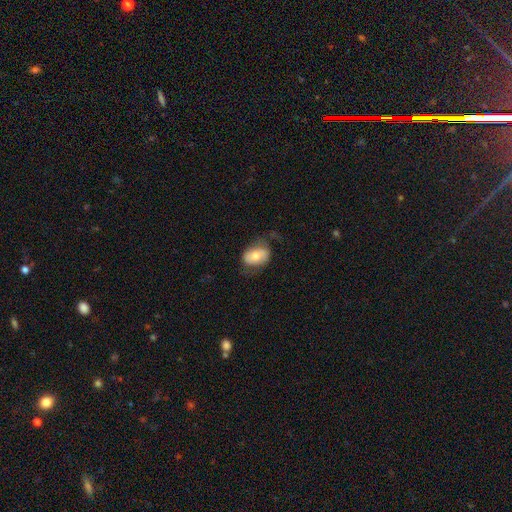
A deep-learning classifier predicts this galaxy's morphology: smooth_or_featured: smooth (p=0.61) [alt: featured or disk p=0.32]
how_rounded: in between (p=0.83) [alt: round p=0.16]
merging: none (p=0.62) [alt: minor disturbance p=0.24]